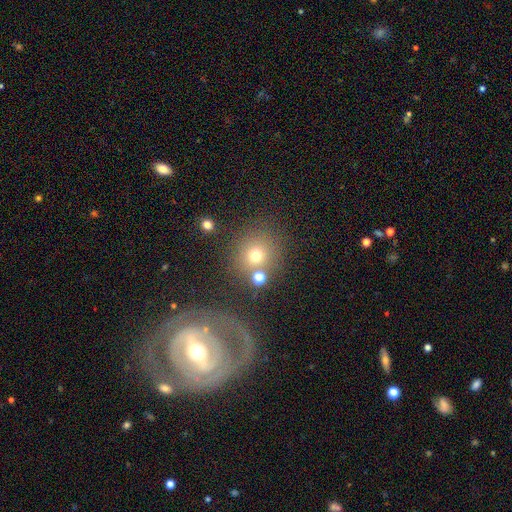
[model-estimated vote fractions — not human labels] Overall: smooth (69%). How rounded: round (88%). Merging: none (69%).